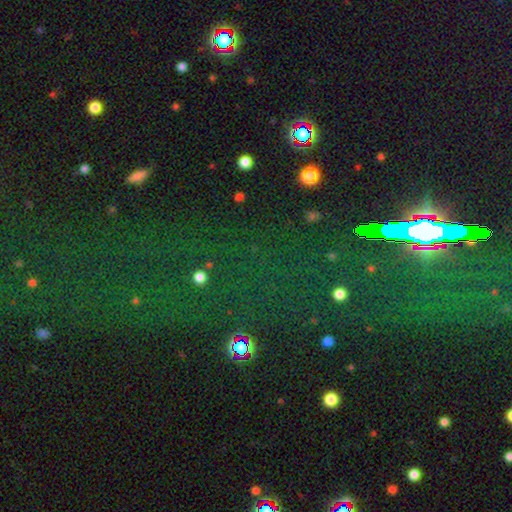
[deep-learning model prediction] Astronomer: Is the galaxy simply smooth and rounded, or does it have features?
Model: star or artifact — 75%.